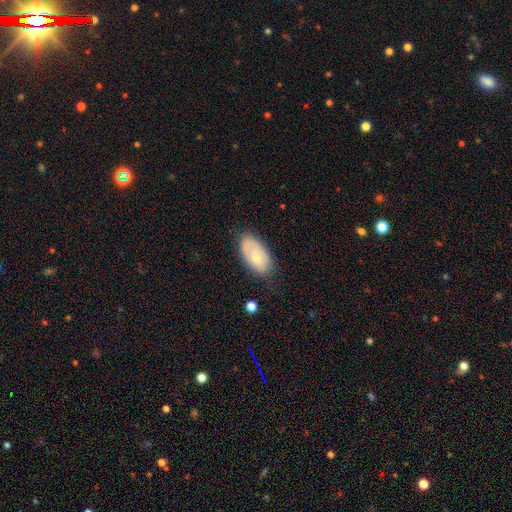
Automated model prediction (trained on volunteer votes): Smooth or featured?
  - smooth: 67% *
  - featured or disk: 26%
  - star or artifact: 7%
How rounded?
  - in between: 94% *
  - round: 4%
  - cigar-shaped: 2%
Merging?
  - none: 71% *
  - minor disturbance: 22%
  - major disturbance: 5%
  - merger: 2%